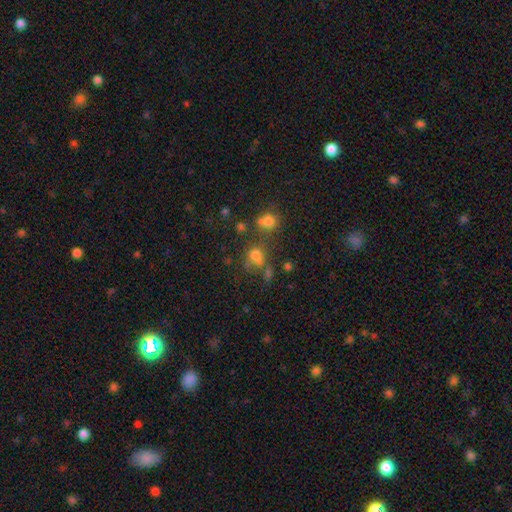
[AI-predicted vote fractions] smooth_or_featured: smooth (p=0.65) [alt: star or artifact p=0.22]
how_rounded: round (p=0.67) [alt: in between p=0.32]
merging: none (p=0.43) [alt: merger p=0.30]